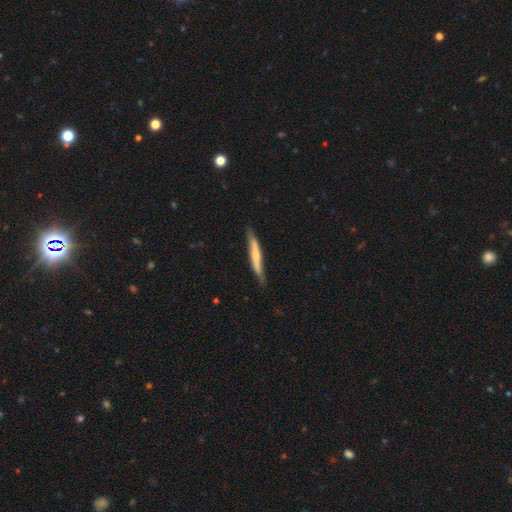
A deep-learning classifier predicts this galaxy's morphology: smooth 54%, featured or disk 40%, star or artifact 5%. Down the decision tree: how rounded — cigar-shaped (94%); merging — none (78%).